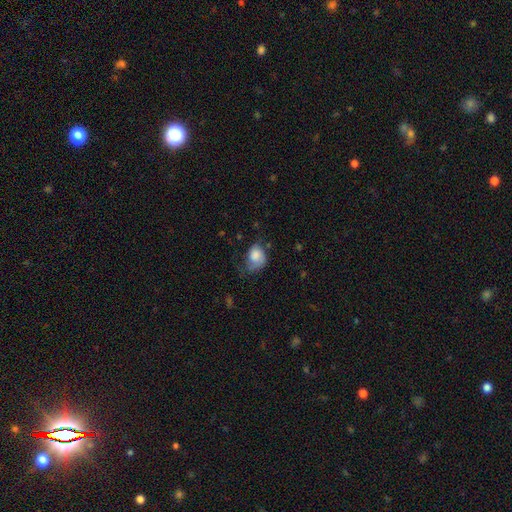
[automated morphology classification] The model was most divided on "merging": minor disturbance: 35%, none: 32%, major disturbance: 30%, merger: 3%. More confident: smooth or featured — smooth (68%); how rounded — in between (64%).